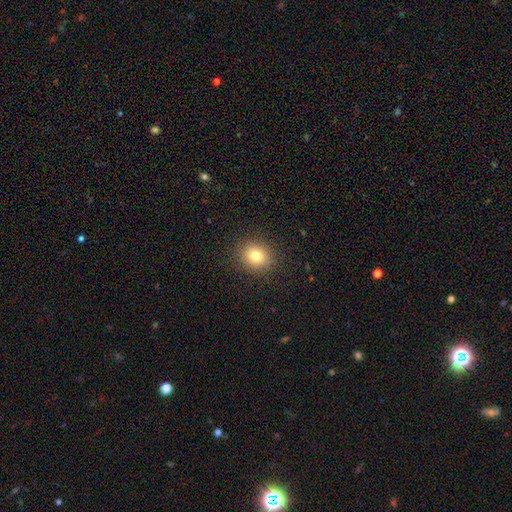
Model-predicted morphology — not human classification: Smooth or featured? Predicted: smooth (p=0.80). How rounded? Predicted: round (p=0.70). Merging? Predicted: none (p=0.89).